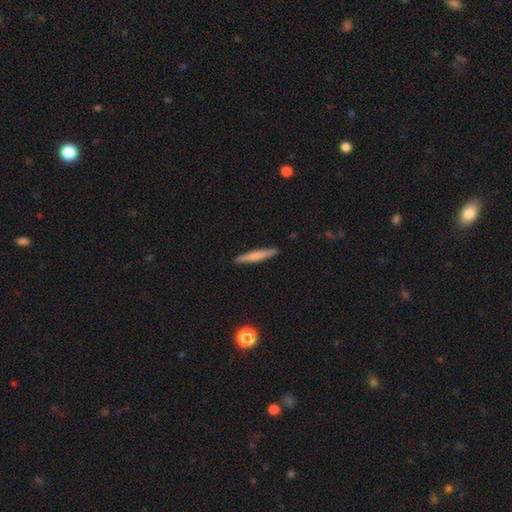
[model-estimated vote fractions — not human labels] Morphology: type=smooth (65%); roundness=cigar-shaped (95%); merging=none (92%).